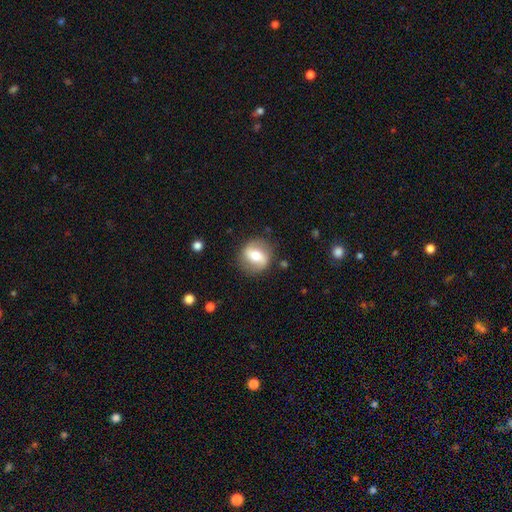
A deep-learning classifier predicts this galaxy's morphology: Smooth or featured? featured or disk (56%)
Edge-on disk? no (94%)
Bar? weak (37%, tied with strong)
Spiral arms? yes (69%)
Bulge size? moderate (68%)
Merging? none (83%)